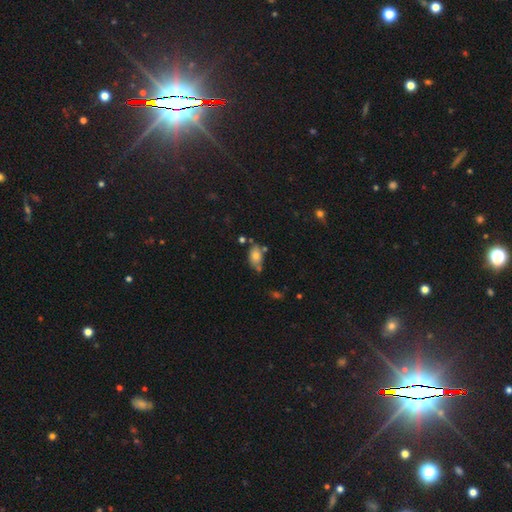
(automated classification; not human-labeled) smooth 75%, featured or disk 15%, star or artifact 10%. Down the decision tree: how rounded — in between (89%); merging — none (59%).